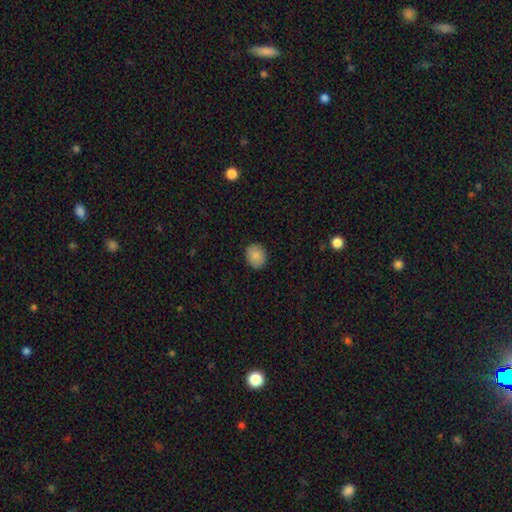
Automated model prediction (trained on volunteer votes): Overall: smooth (86%). How rounded: round (62%; in between 38%). Merging: none (89%).